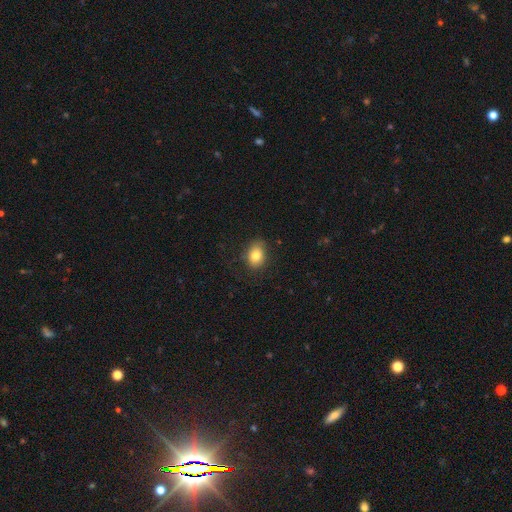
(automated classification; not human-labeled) Morphology: type=smooth (81%); roundness=in between (66%); merging=none (78%).